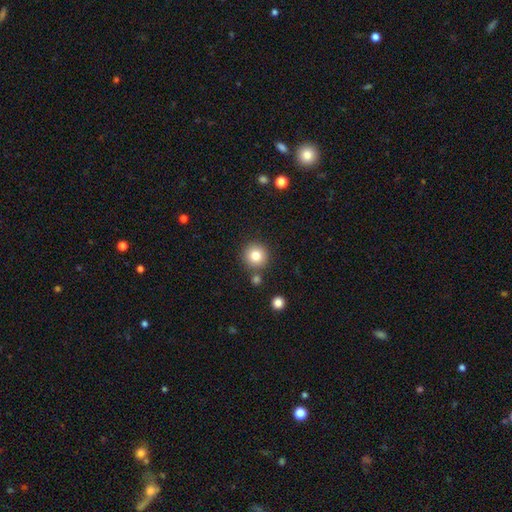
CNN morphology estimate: Smooth or featured? Predicted: smooth (p=0.82). How rounded? Predicted: round (p=0.95). Merging? Predicted: none (p=0.84).